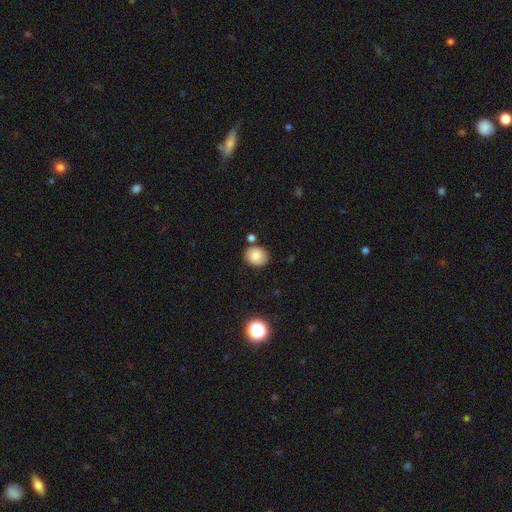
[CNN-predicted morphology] Smooth or featured? smooth (85%)
How rounded? round (72%)
Merging? none (77%)